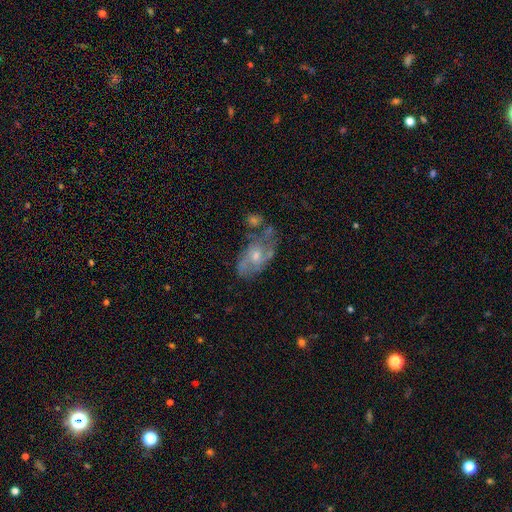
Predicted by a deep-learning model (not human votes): Overall: featured or disk (69%). Edge-on disk: no (95%). Bar: no (69%). Spiral arms: yes (77%). Spiral arm count: 2 (49%; can't tell 31%). Spiral winding: medium (45%; tight 29%). Bulge size: moderate (51%; small 42%). Merging: none (45%; minor disturbance 23%).